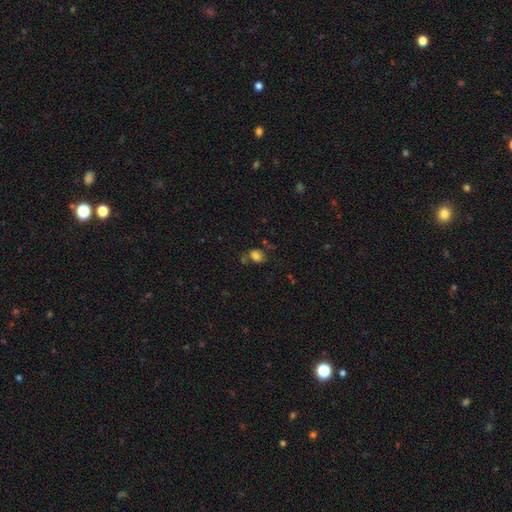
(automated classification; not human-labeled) Q: Smooth or featured?
A: smooth (77%); runner-up: star or artifact (13%)
Q: How rounded?
A: in between (68%); runner-up: round (30%)
Q: Merging?
A: none (55%); runner-up: minor disturbance (19%)